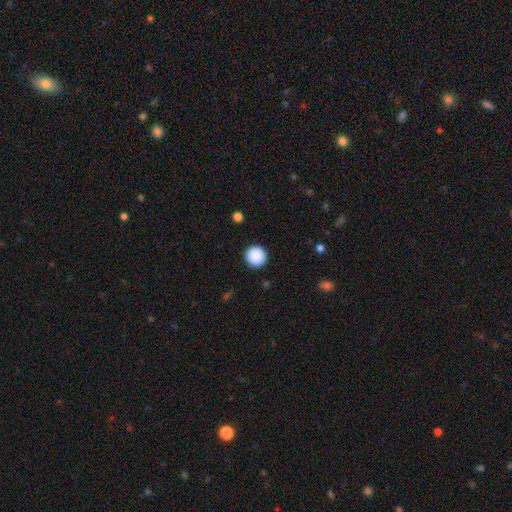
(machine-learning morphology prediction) type=smooth (90%); roundness=round (96%); merging=none (93%).